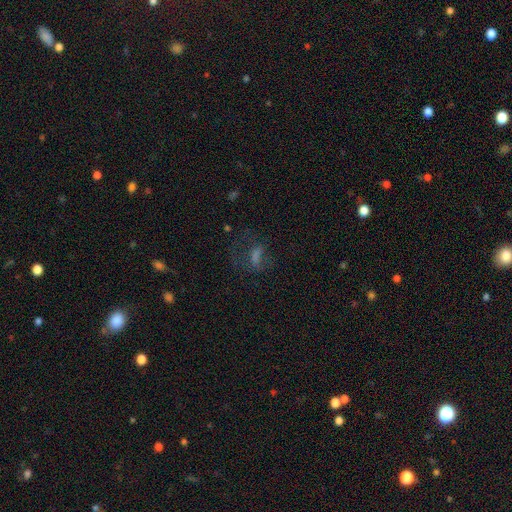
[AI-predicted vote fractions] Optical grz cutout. It shows a smooth galaxy with no disk features (38%). Merging: none (51%).